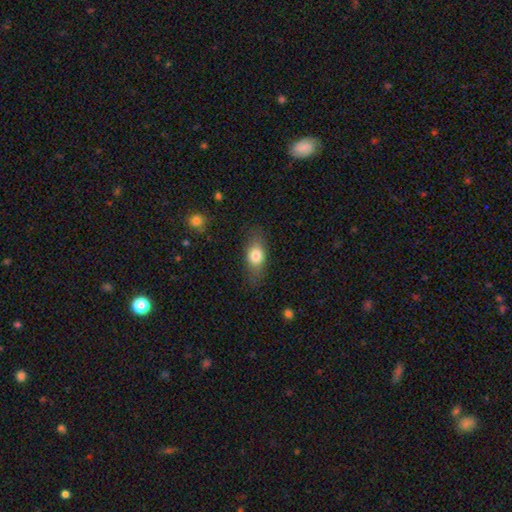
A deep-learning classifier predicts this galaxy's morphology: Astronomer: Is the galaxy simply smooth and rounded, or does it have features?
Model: smooth — 78%.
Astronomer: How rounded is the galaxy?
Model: in between — 78%.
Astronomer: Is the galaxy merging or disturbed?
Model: none — 77%.